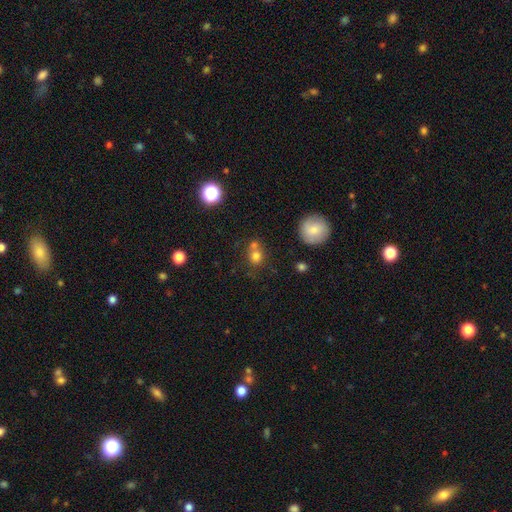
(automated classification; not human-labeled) Smooth or featured? Predicted: smooth (p=0.75). How rounded? Predicted: round (p=0.80). Merging? Predicted: none (p=0.49).